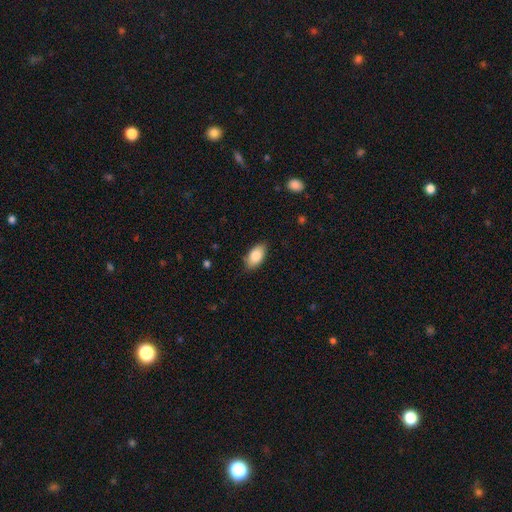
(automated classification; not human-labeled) Q: Smooth or featured?
A: smooth (84%); runner-up: featured or disk (10%)
Q: How rounded?
A: in between (94%); runner-up: round (4%)
Q: Merging?
A: none (85%); runner-up: minor disturbance (12%)